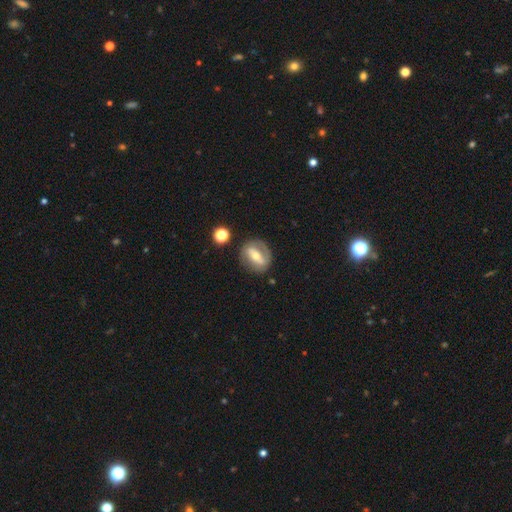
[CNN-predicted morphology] smooth_or_featured: featured or disk (p=0.68) [alt: smooth p=0.25]
disk_edge_on: no (p=0.91) [alt: yes p=0.09]
bar: strong (p=0.61) [alt: weak p=0.25]
has_spiral_arms: yes (p=0.62) [alt: no p=0.38]
bulge_size: moderate (p=0.60) [alt: small p=0.33]
merging: none (p=0.78) [alt: minor disturbance p=0.14]